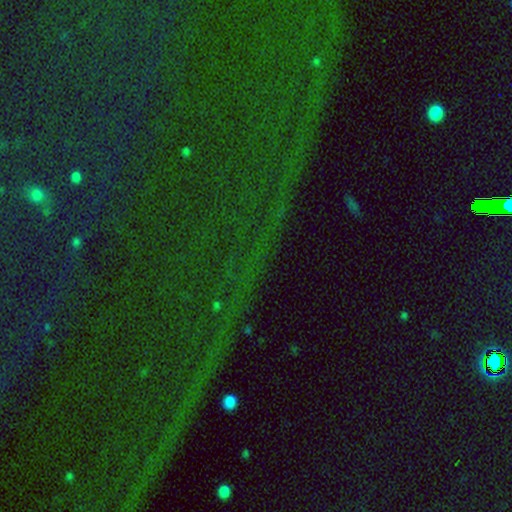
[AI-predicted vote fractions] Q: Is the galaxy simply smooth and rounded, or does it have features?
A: star or artifact — 80%.